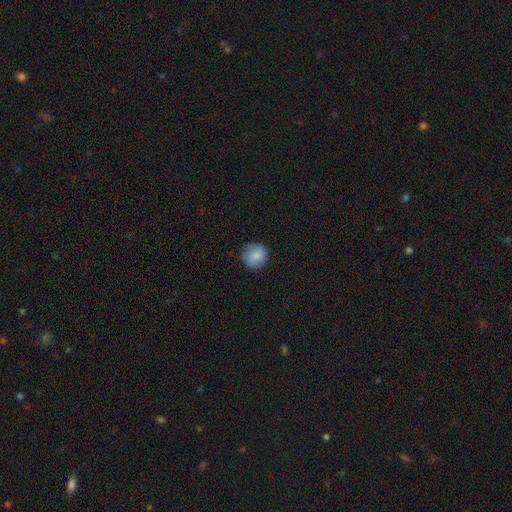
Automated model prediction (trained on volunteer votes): smooth_or_featured: smooth (p=0.86) [alt: star or artifact p=0.08]
how_rounded: round (p=0.89) [alt: in between p=0.10]
merging: none (p=0.82) [alt: minor disturbance p=0.14]